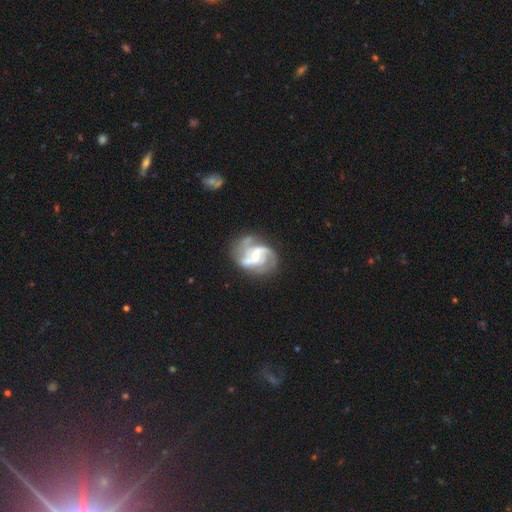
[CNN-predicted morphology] Smooth or featured? Predicted: featured or disk (p=0.87). Edge-on disk? Predicted: no (p=0.98). Bar? Predicted: weak (p=0.49). Spiral arms? Predicted: yes (p=0.95). Spiral winding? Predicted: medium (p=0.52). Spiral arm count? Predicted: 2 (p=0.60). Bulge size? Predicted: moderate (p=0.46, tied with small). Merging? Predicted: none (p=0.55).